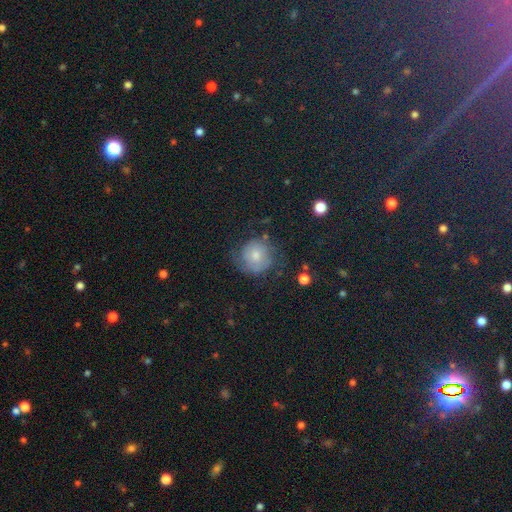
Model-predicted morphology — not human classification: Smooth or featured: smooth — 53% (featured or disk — 36%)
How rounded: round — 86% (in between — 13%)
Merging: none — 58% (minor disturbance — 24%)